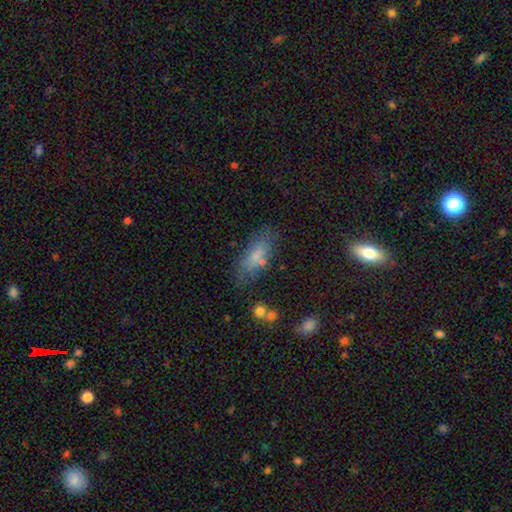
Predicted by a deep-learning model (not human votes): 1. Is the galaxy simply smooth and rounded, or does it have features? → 73% smooth, 16% featured or disk, 11% star or artifact.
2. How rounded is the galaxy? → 68% in between, 28% cigar-shaped, 3% round.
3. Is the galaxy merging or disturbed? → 70% none, 18% minor disturbance, 6% major disturbance, 6% merger.